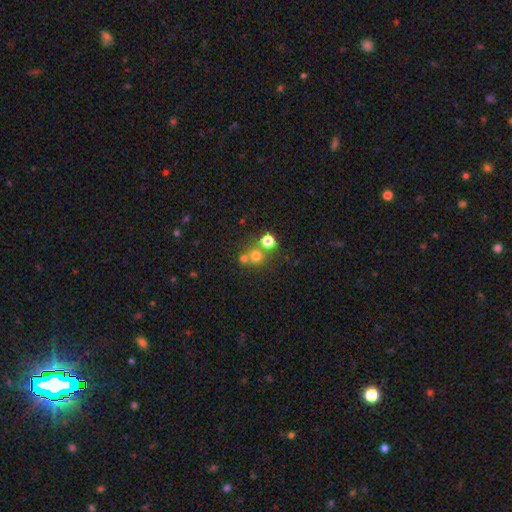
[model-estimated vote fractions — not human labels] Overall: smooth (68%). How rounded: round (89%). Merging: none (56%; merger 34%).